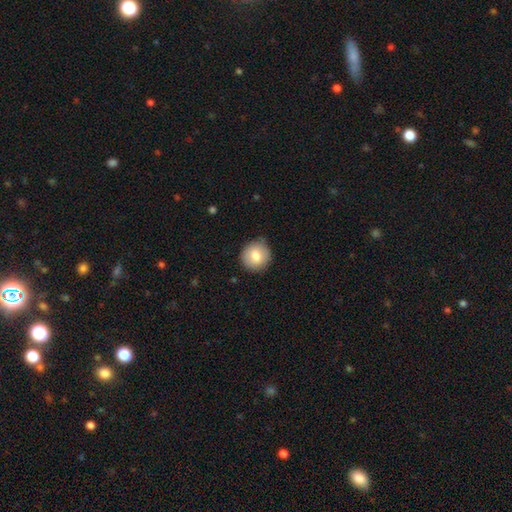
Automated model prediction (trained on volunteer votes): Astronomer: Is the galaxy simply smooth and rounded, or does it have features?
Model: smooth — 79%.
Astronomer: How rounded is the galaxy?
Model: round — 91%.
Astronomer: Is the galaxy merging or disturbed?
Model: none — 83%.